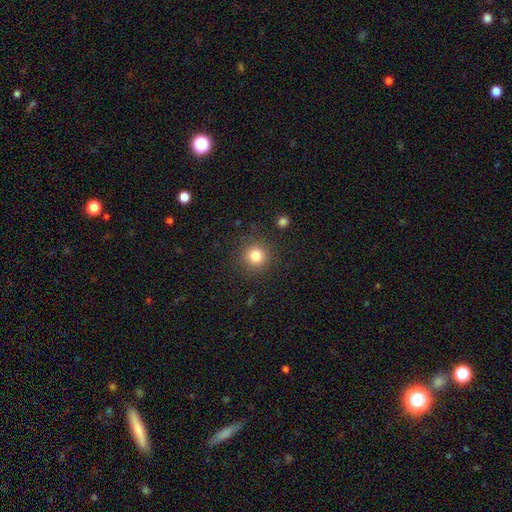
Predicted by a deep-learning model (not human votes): Smooth or featured: smooth — 81% (star or artifact — 12%)
How rounded: round — 94% (in between — 5%)
Merging: none — 88% (minor disturbance — 7%)